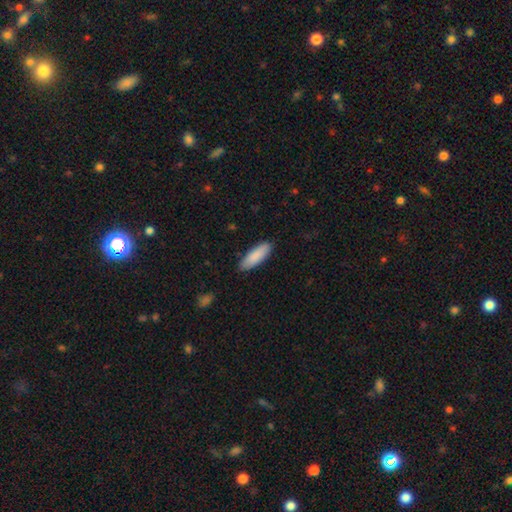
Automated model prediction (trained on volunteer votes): Smooth or featured: smooth — 88% (featured or disk — 6%)
How rounded: in between — 59% (cigar-shaped — 40%)
Merging: none — 87% (minor disturbance — 10%)